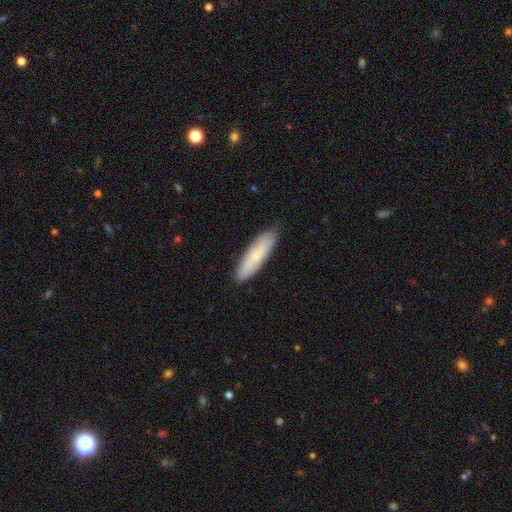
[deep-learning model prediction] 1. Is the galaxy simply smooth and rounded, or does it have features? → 71% smooth, 23% featured or disk, 6% star or artifact.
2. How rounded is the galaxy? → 67% cigar-shaped, 31% in between, 2% round.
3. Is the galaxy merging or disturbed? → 88% none, 9% minor disturbance, 2% major disturbance, 1% merger.